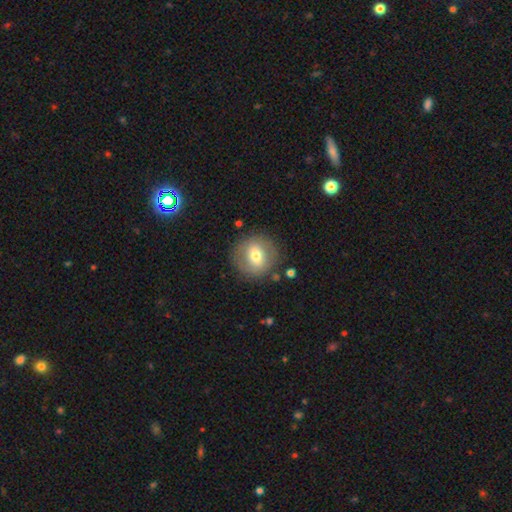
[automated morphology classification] Overall: smooth (62%; featured or disk 30%). How rounded: round (90%). Merging: none (84%).